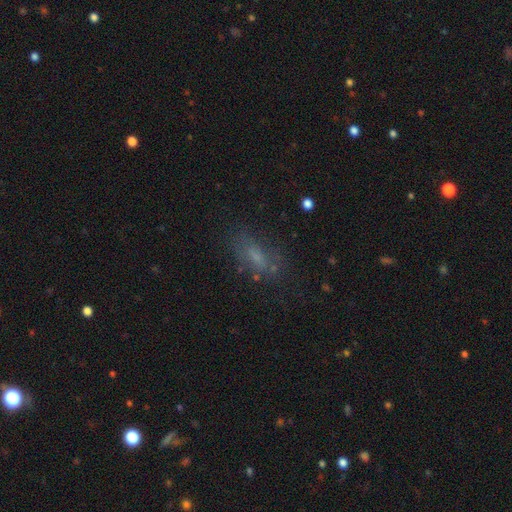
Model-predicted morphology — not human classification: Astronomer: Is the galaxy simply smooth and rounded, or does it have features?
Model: smooth — 58%.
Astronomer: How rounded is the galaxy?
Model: in between — 72%.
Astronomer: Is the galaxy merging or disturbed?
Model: none — 62%.